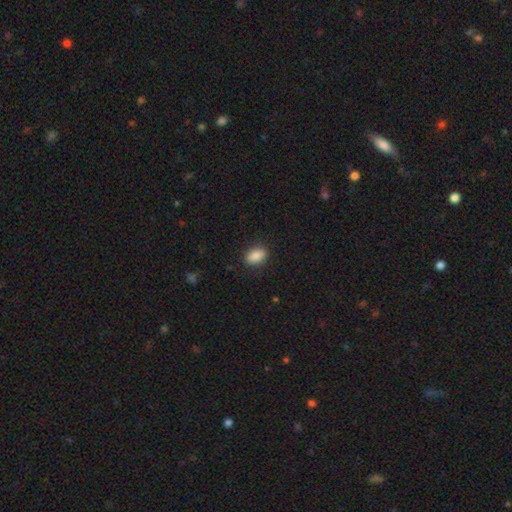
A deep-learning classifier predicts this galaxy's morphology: Smooth or featured: smooth — 87% (star or artifact — 8%)
How rounded: in between — 87% (round — 11%)
Merging: none — 87% (minor disturbance — 9%)